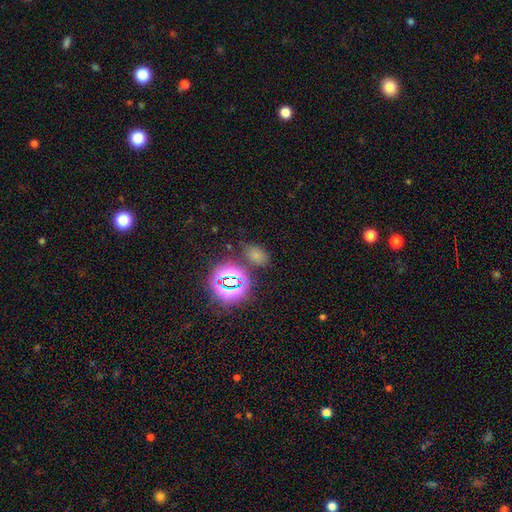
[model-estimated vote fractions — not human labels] smooth 57%, star or artifact 36%, featured or disk 7%. Down the decision tree: how rounded — in between (78%); merging — none (73%).